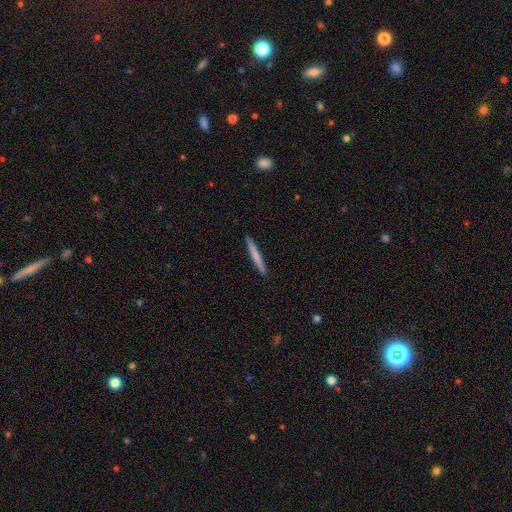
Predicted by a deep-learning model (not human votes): smooth 67%, featured or disk 28%, star or artifact 5%. Down the decision tree: how rounded — cigar-shaped (97%); merging — none (92%).